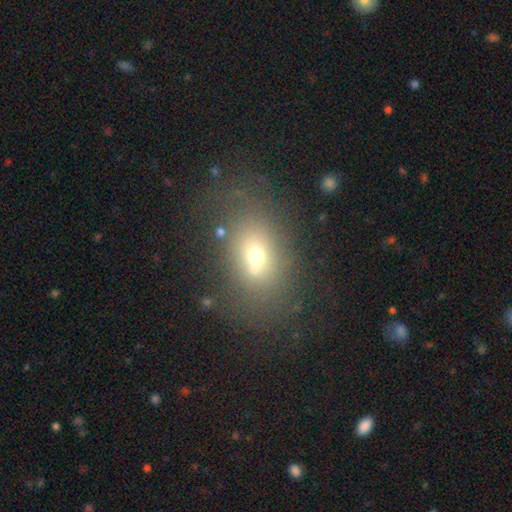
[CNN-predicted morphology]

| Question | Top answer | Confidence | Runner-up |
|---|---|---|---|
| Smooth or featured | smooth | 60% | featured or disk (22%) |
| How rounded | in between | 70% | round (27%) |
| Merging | none | 59% | merger (17%) |